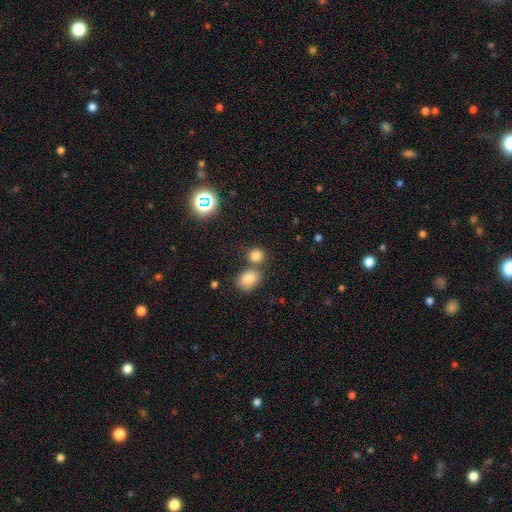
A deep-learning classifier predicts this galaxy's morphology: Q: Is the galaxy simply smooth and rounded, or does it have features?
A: smooth — 79%.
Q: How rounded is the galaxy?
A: round — 73%.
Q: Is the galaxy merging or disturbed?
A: none — 61%.